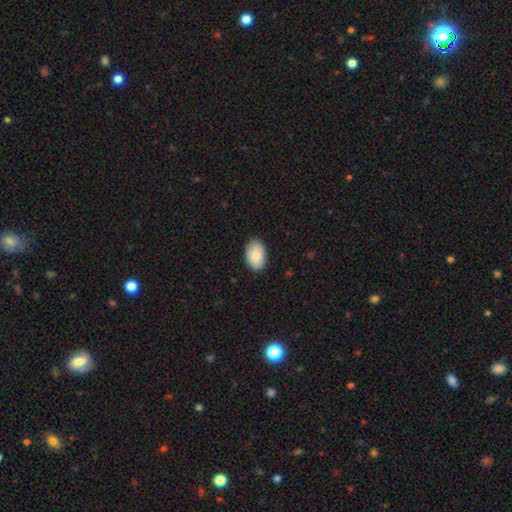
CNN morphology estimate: This is clearly a smooth galaxy (82%). How rounded: clearly in between (91%). Merging: clearly none (86%).